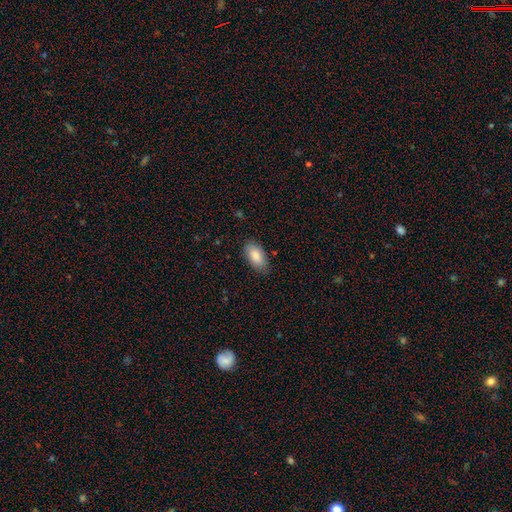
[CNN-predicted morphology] smooth_or_featured: smooth (p=0.86) [alt: featured or disk p=0.08]
how_rounded: in between (p=0.93) [alt: cigar-shaped p=0.04]
merging: none (p=0.81) [alt: minor disturbance p=0.15]